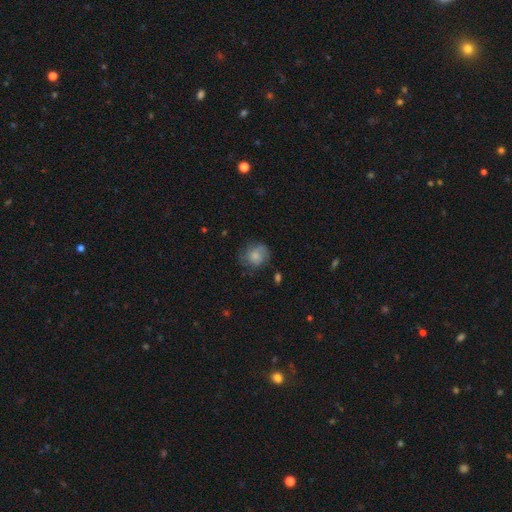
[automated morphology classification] Q: Smooth or featured?
A: smooth (61%); runner-up: featured or disk (30%)
Q: How rounded?
A: round (74%); runner-up: in between (24%)
Q: Merging?
A: none (59%); runner-up: minor disturbance (25%)